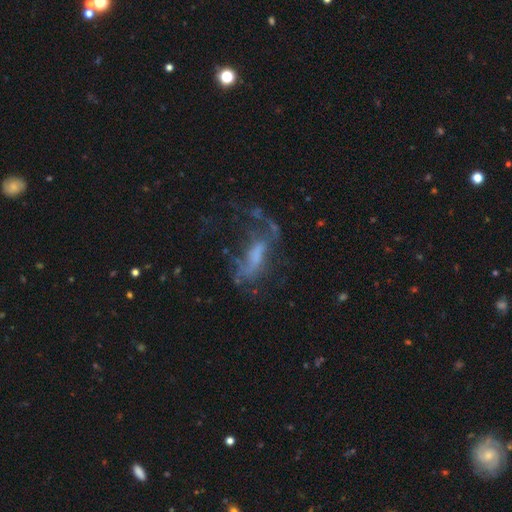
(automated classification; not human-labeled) Q: Smooth or featured?
A: featured or disk (62%); runner-up: smooth (22%)
Q: Edge-on disk?
A: no (88%); runner-up: yes (12%)
Q: Bar?
A: no (53%); runner-up: weak (31%)
Q: Spiral arms?
A: no (52%); runner-up: yes (48%)
Q: Bulge size?
A: none (42%); runner-up: small (25%)
Q: Merging?
A: major disturbance (44%); runner-up: none (33%)